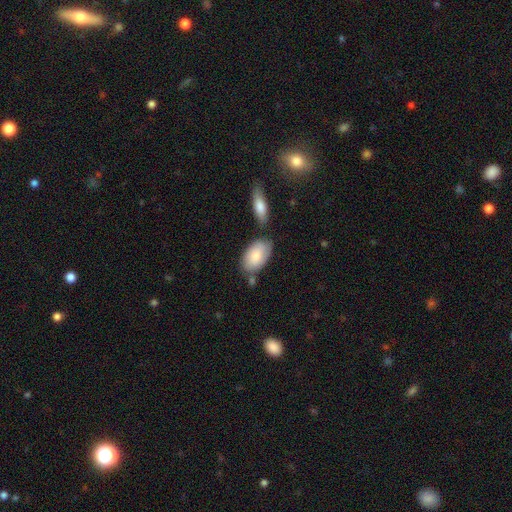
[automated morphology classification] smooth_or_featured: smooth (p=0.80) [alt: featured or disk p=0.15]
how_rounded: in between (p=0.94) [alt: round p=0.04]
merging: none (p=0.62) [alt: minor disturbance p=0.17]